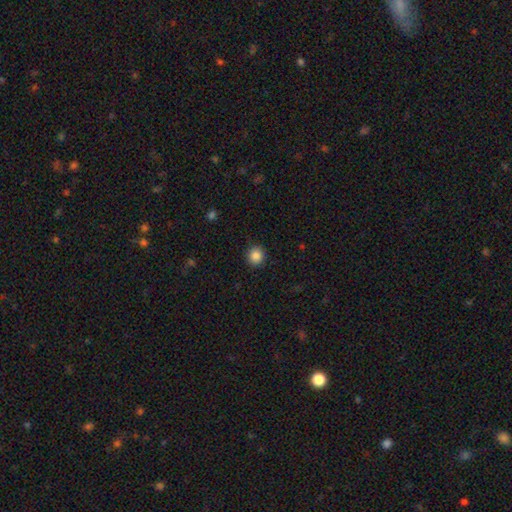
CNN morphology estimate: Smooth or featured?
  - smooth: 86% *
  - star or artifact: 10%
  - featured or disk: 4%
How rounded?
  - round: 91% *
  - in between: 8%
  - cigar-shaped: 1%
Merging?
  - none: 91% *
  - minor disturbance: 6%
  - major disturbance: 2%
  - merger: 1%